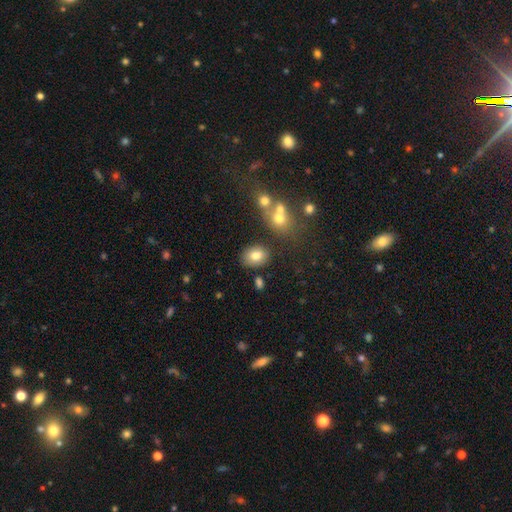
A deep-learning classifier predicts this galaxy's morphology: This appears to be a smooth galaxy with no disk features (79%) that is in between round and cigar-shaped (61%). Merging: none (79%).